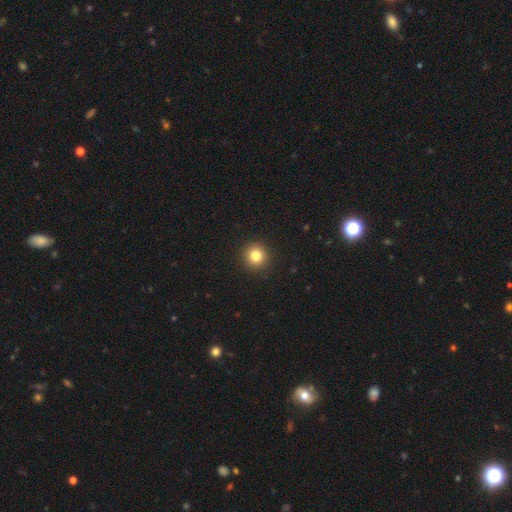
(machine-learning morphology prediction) Smooth or featured? smooth (82%)
How rounded? round (94%)
Merging? none (93%)